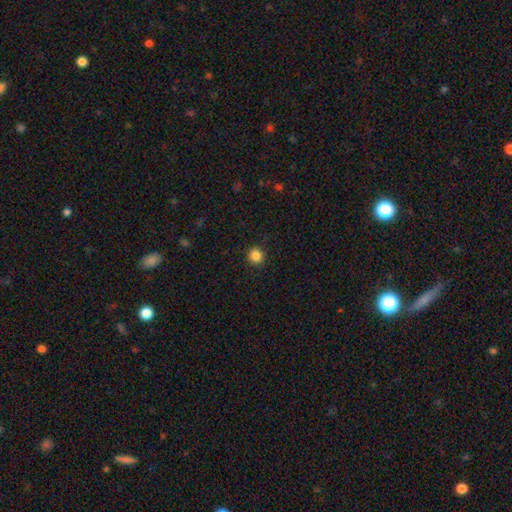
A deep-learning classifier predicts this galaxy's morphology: type=smooth (85%); roundness=round (91%); merging=none (92%).